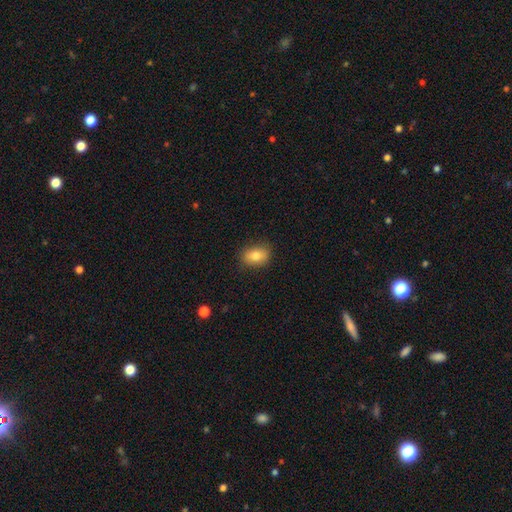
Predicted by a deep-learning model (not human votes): smooth 80%, featured or disk 11%, star or artifact 9%. Down the decision tree: how rounded — in between (73%); merging — none (85%).